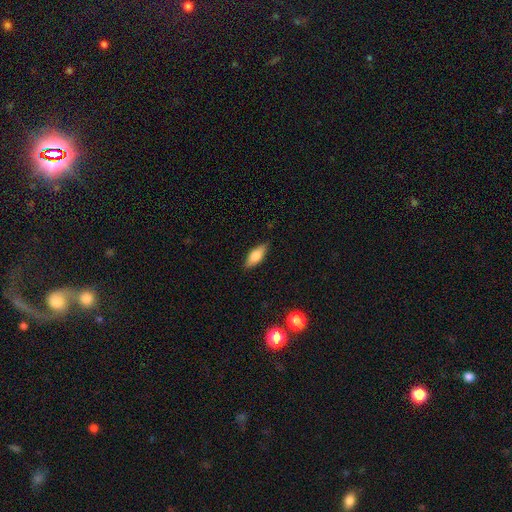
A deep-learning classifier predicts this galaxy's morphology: A smooth galaxy with no disk features (74%) that is in between round and cigar-shaped (74%).

Vote fractions:
- Smooth or featured? smooth: 74% / featured or disk: 19% / star or artifact: 7%
- How rounded? in between: 74% / cigar-shaped: 23% / round: 3%
- Merging? none: 85% / minor disturbance: 11% / major disturbance: 2% / merger: 1%